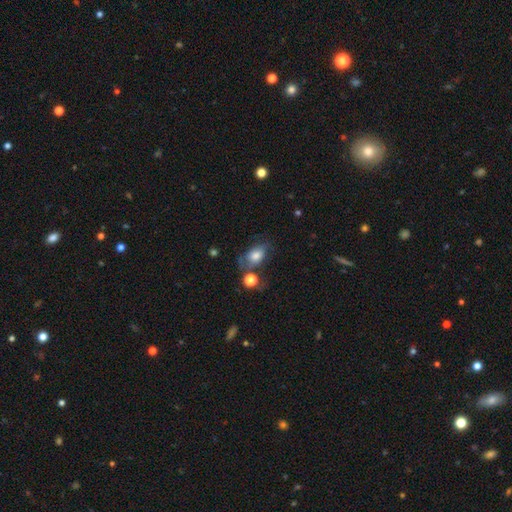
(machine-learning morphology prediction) Smooth or featured? Predicted: smooth (p=0.69). How rounded? Predicted: in between (p=0.80). Merging? Predicted: none (p=0.44).